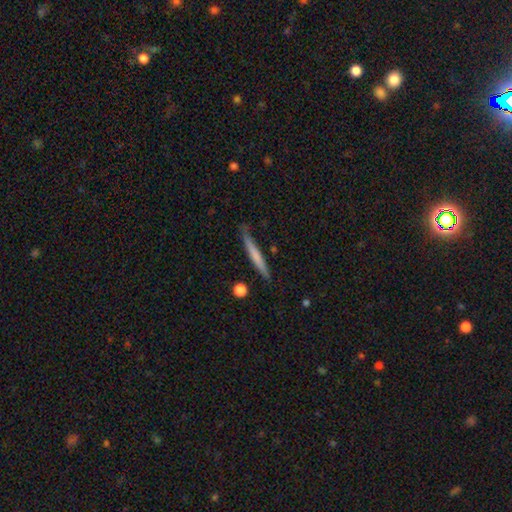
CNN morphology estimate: Overall: smooth (61%; featured or disk 33%). How rounded: cigar-shaped (95%). Merging: none (79%).